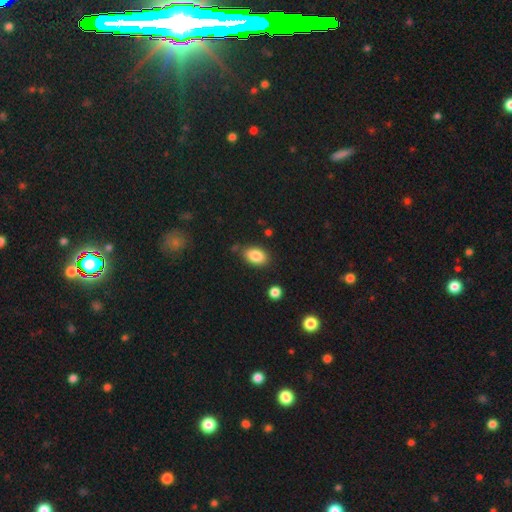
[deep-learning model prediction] Smooth or featured? Predicted: smooth (p=0.85). How rounded? Predicted: in between (p=0.89). Merging? Predicted: none (p=0.80).